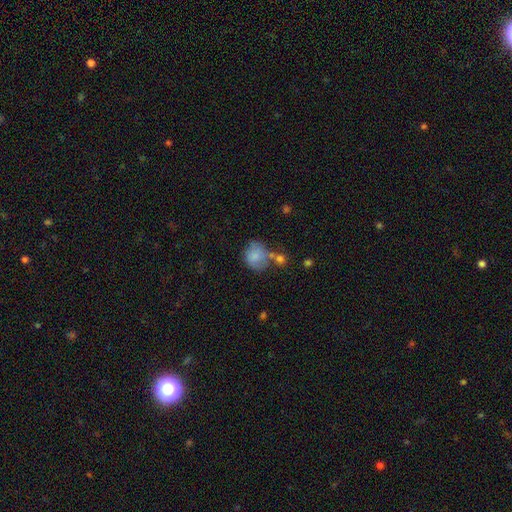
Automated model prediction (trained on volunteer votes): smooth_or_featured: smooth (p=0.77) [alt: featured or disk p=0.14]
how_rounded: round (p=0.71) [alt: in between p=0.28]
merging: none (p=0.46) [alt: minor disturbance p=0.24]